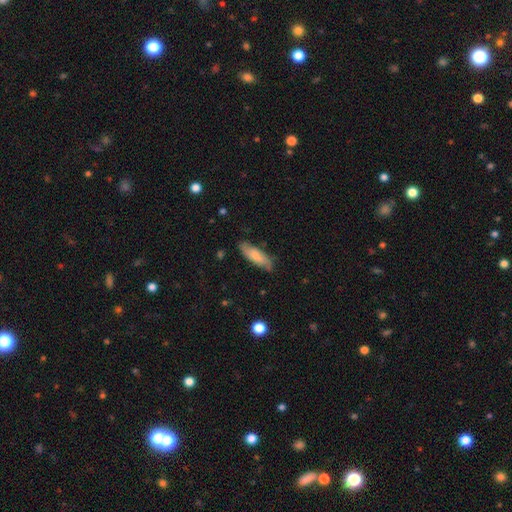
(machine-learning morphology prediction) type=smooth (68%); roundness=in between (54%); merging=none (78%).